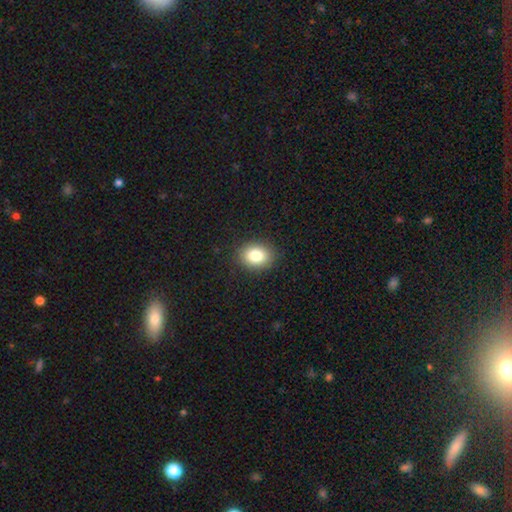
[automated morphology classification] Overall: smooth (82%). How rounded: in between (58%; round 41%). Merging: none (88%).